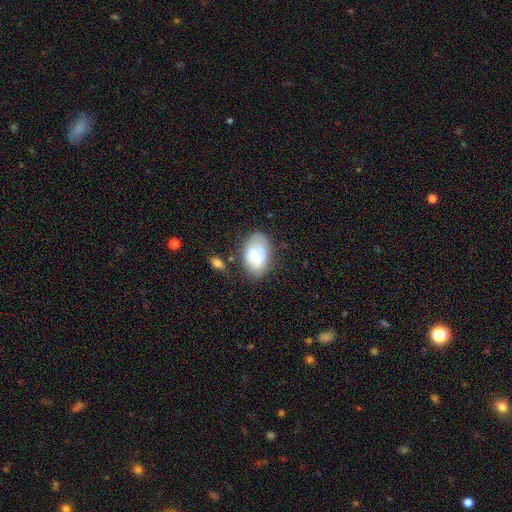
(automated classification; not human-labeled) smooth_or_featured: smooth (p=0.73) [alt: featured or disk p=0.20]
how_rounded: in between (p=0.90) [alt: round p=0.09]
merging: none (p=0.62) [alt: minor disturbance p=0.23]